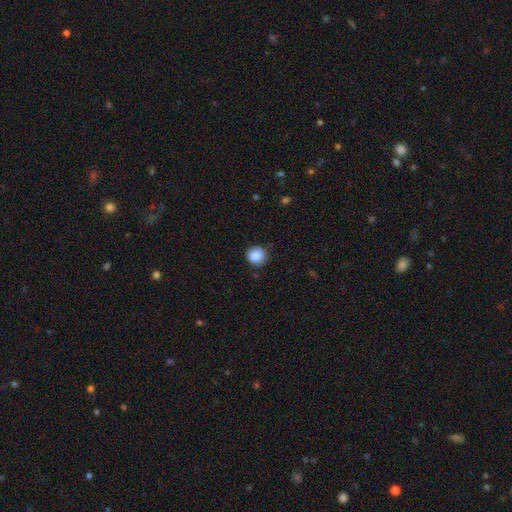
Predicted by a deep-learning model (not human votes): A smooth galaxy with no disk features (88%) that is round (90%).

Vote fractions:
- Smooth or featured? smooth: 88% / star or artifact: 9% / featured or disk: 3%
- How rounded? round: 90% / in between: 9% / cigar-shaped: 1%
- Merging? none: 85% / minor disturbance: 11% / major disturbance: 2% / merger: 1%